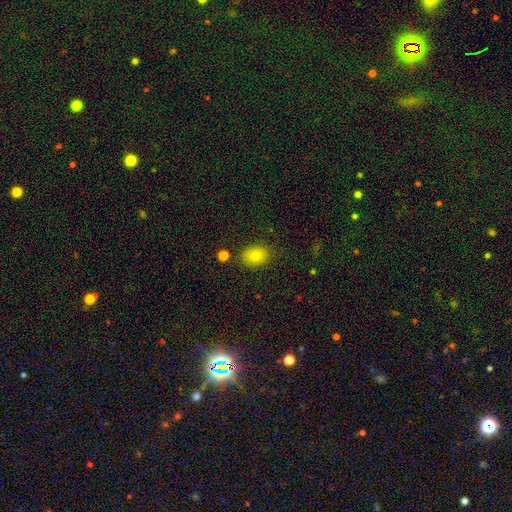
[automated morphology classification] Overall: smooth (79%). How rounded: in between (63%; round 35%). Merging: none (83%).